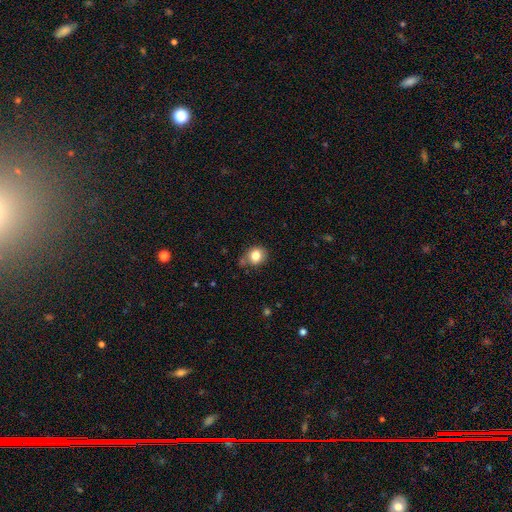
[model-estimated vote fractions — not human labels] Smooth or featured?
  - smooth: 81% *
  - star or artifact: 11%
  - featured or disk: 8%
How rounded?
  - round: 75% *
  - in between: 24%
  - cigar-shaped: 1%
Merging?
  - none: 71% *
  - minor disturbance: 18%
  - merger: 7%
  - major disturbance: 4%